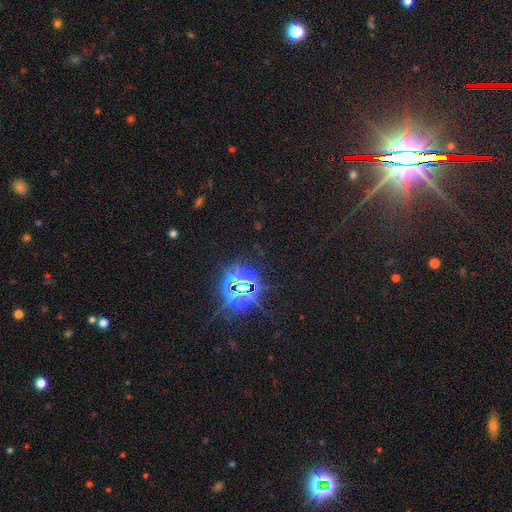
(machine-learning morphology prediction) type=star or artifact (77%).